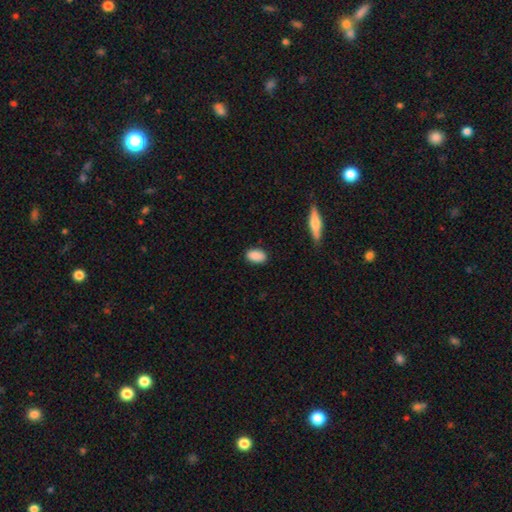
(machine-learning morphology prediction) Q: Smooth or featured?
A: smooth (89%); runner-up: star or artifact (7%)
Q: How rounded?
A: in between (91%); runner-up: round (6%)
Q: Merging?
A: none (86%); runner-up: minor disturbance (10%)